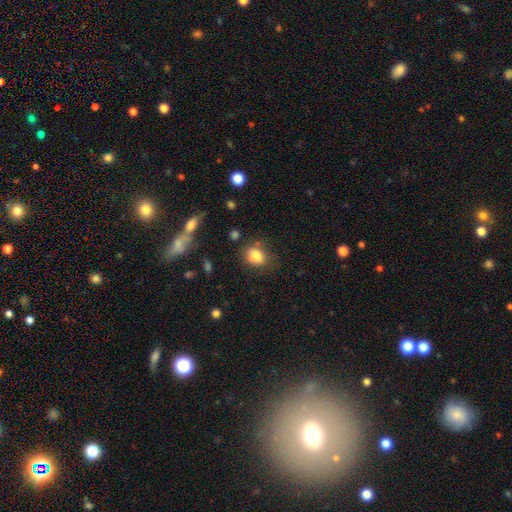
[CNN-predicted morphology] Smooth or featured: smooth — 77% (featured or disk — 12%)
How rounded: in between — 59% (round — 40%)
Merging: none — 52% (merger — 21%)